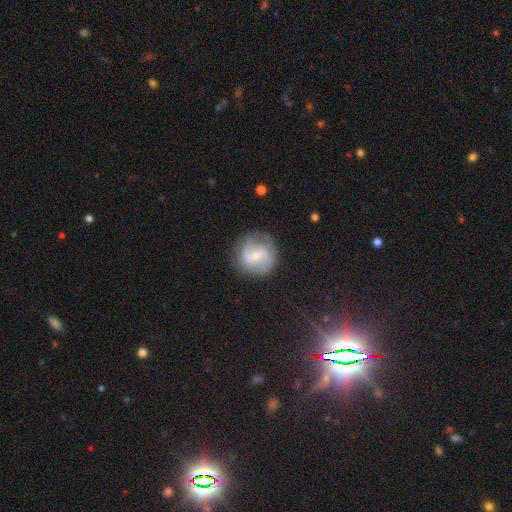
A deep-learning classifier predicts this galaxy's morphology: smooth-or-featured: featured or disk: 70% | smooth: 23% | star or artifact: 7%
  disk-edge-on: no: 98% | yes: 2%
    bar: weak: 53% | no: 30% | strong: 17%
    has-spiral-arms: yes: 89% | no: 11%
      spiral-winding: medium: 45% | loose: 32% | tight: 22%
      spiral-arm-count: 2: 76% | can't tell: 13% | 3: 4% | 1: 4% | 4: 2% | more than 4: 2%
    bulge-size: small: 64% | moderate: 30% | none: 4% | large: 2% | dominant: 1%
  merging: none: 72% | minor disturbance: 17% | major disturbance: 8% | merger: 2%